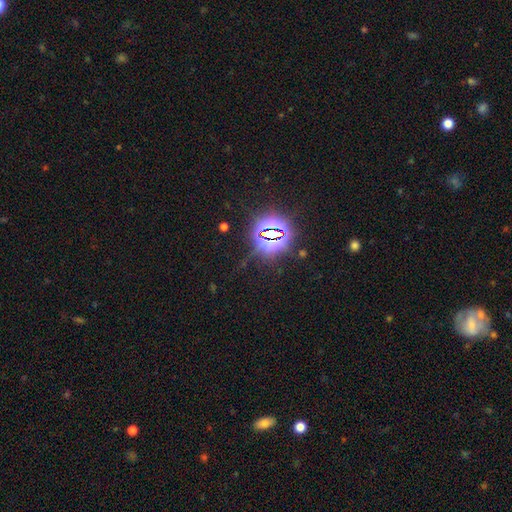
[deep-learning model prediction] smooth_or_featured: star or artifact (p=0.84) [alt: smooth p=0.10]